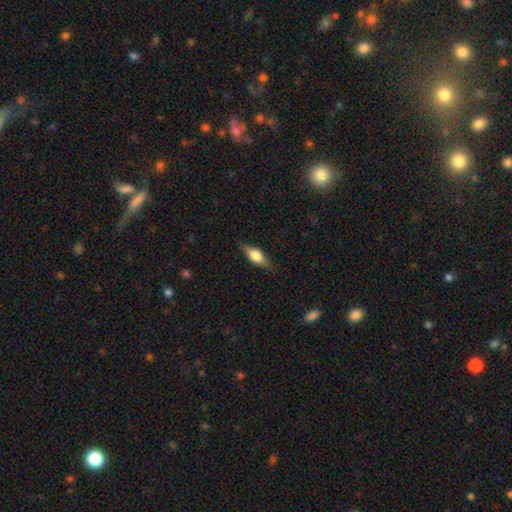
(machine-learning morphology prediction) A smooth galaxy with no disk features (61%) that is in between round and cigar-shaped (73%).

Vote fractions:
- Smooth or featured? smooth: 61% / featured or disk: 32% / star or artifact: 7%
- How rounded? in between: 73% / cigar-shaped: 23% / round: 4%
- Merging? none: 82% / minor disturbance: 14% / major disturbance: 3% / merger: 1%